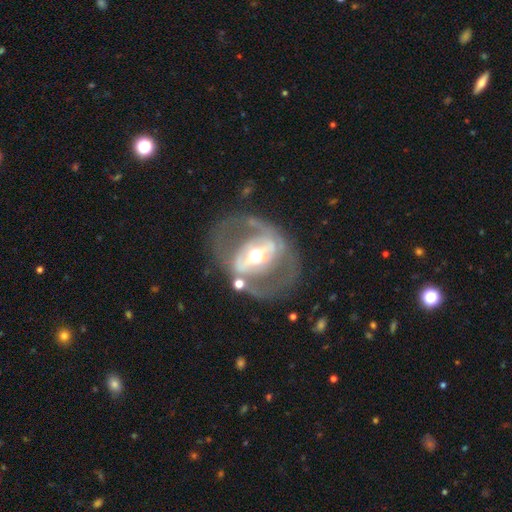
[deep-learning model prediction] The model was most divided on "spiral arms": no: 51%, yes: 49%. More confident: edge-on disk — no (92%); smooth or featured — featured or disk (81%); bulge size — moderate (68%); merging — none (60%); bar — strong (59%).